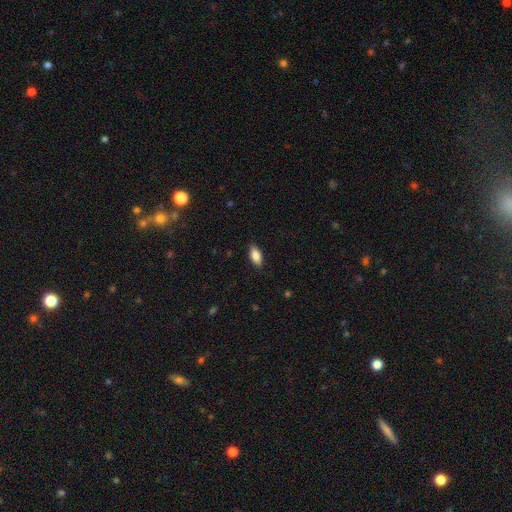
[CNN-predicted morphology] Smooth or featured?
  - smooth: 86% *
  - star or artifact: 7%
  - featured or disk: 7%
How rounded?
  - in between: 88% *
  - cigar-shaped: 9%
  - round: 3%
Merging?
  - none: 86% *
  - minor disturbance: 11%
  - major disturbance: 2%
  - merger: 1%